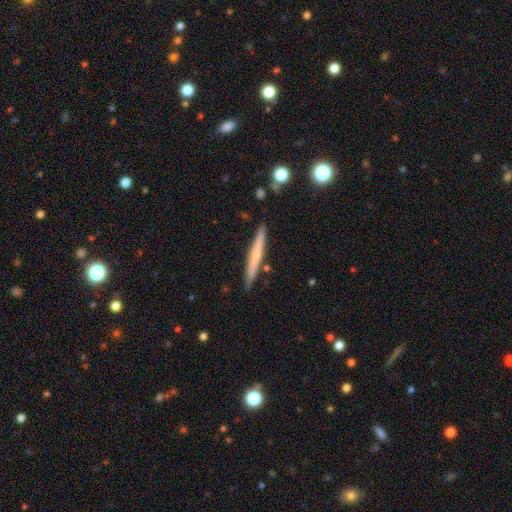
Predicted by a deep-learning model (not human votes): Morphology: type=smooth (54%); roundness=cigar-shaped (96%); merging=none (87%).